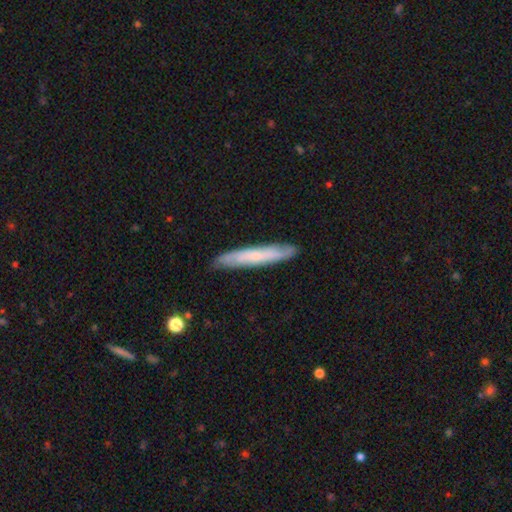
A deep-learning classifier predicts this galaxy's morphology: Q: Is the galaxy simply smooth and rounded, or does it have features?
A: smooth — 53%.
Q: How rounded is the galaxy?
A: cigar-shaped — 94%.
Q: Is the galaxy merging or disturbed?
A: none — 87%.